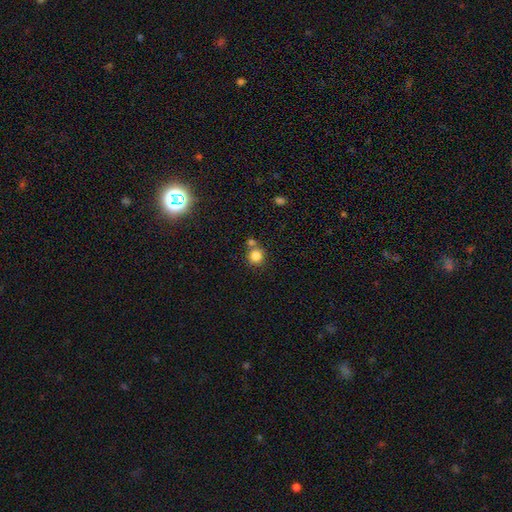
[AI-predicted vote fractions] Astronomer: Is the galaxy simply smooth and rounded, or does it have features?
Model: smooth — 83%.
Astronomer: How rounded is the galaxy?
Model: round — 90%.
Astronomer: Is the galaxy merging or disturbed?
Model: none — 63%.